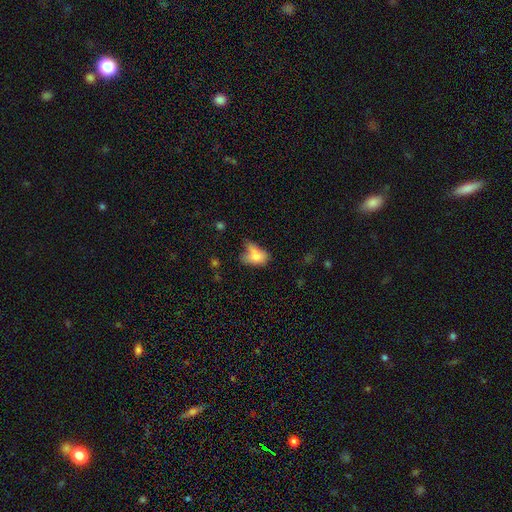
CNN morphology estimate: This is likely a smooth galaxy (71%). How rounded: clearly in between (84%). Merging: marginally major disturbance (31%).